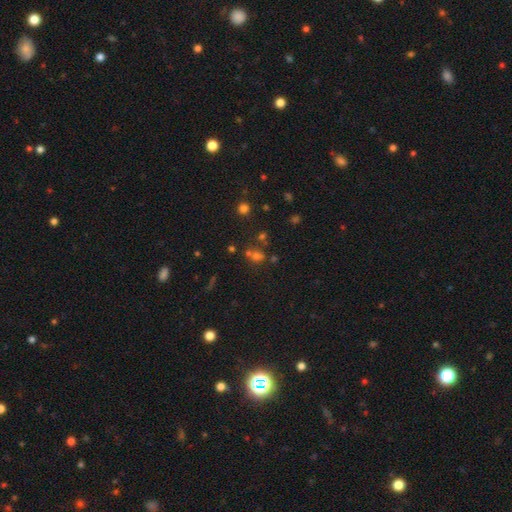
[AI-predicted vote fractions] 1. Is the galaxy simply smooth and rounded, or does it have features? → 51% smooth, 35% star or artifact, 13% featured or disk.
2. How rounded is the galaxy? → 69% round, 29% in between, 2% cigar-shaped.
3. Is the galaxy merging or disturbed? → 50% none, 33% merger, 11% minor disturbance, 6% major disturbance.